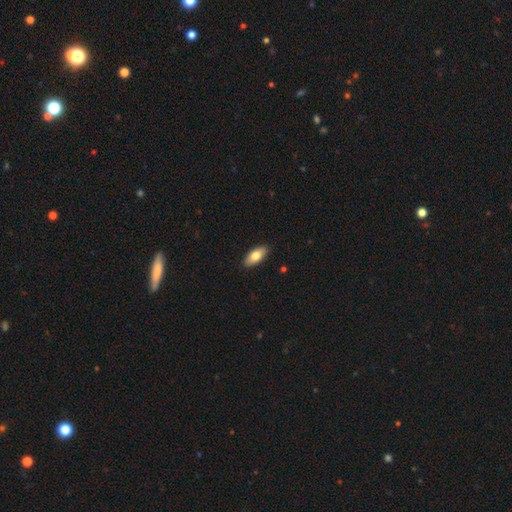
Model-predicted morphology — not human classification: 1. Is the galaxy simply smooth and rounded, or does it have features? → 76% smooth, 18% featured or disk, 6% star or artifact.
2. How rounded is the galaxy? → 88% in between, 9% cigar-shaped, 2% round.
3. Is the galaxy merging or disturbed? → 89% none, 9% minor disturbance, 2% major disturbance, 1% merger.